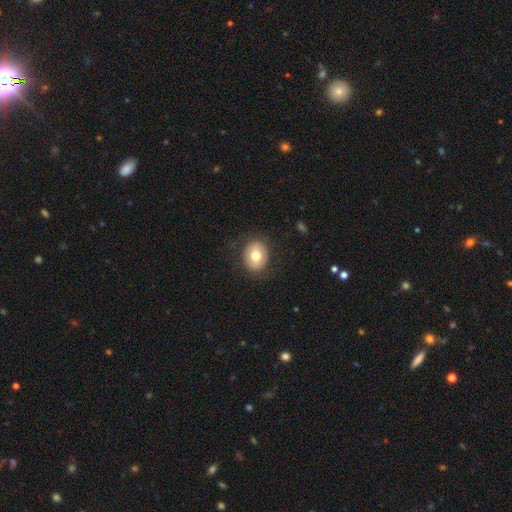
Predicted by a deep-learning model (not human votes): Q: Smooth or featured?
A: smooth (73%); runner-up: featured or disk (19%)
Q: How rounded?
A: round (56%); runner-up: in between (43%)
Q: Merging?
A: none (85%); runner-up: minor disturbance (10%)